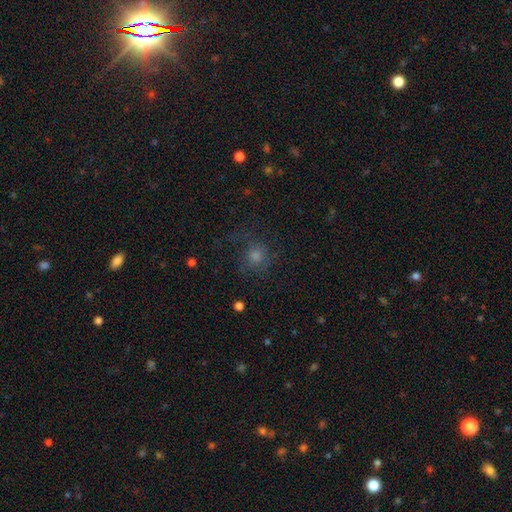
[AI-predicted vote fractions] Morphology: type=smooth (55%); roundness=round (87%); merging=none (67%).